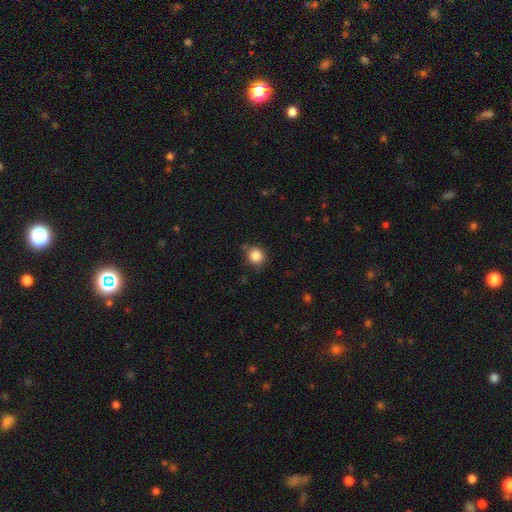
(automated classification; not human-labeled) Smooth or featured: smooth — 85% (star or artifact — 11%)
How rounded: round — 90% (in between — 9%)
Merging: none — 82% (minor disturbance — 12%)